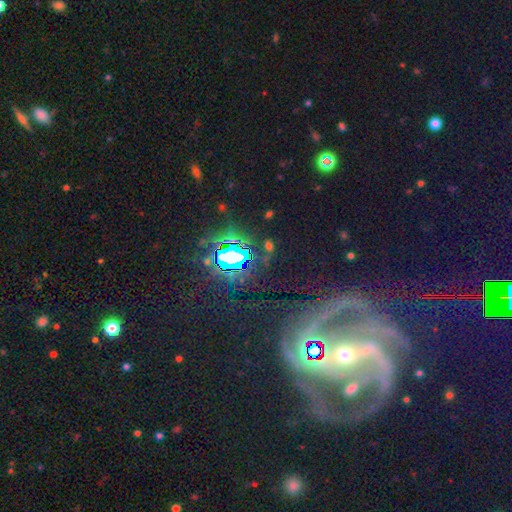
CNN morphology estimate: smooth-or-featured: featured or disk: 74% | star or artifact: 19% | smooth: 7%
  disk-edge-on: no: 95% | yes: 5%
    bar: strong: 52% | weak: 28% | no: 20%
    has-spiral-arms: yes: 94% | no: 6%
      spiral-winding: medium: 49% | tight: 30% | loose: 21%
      spiral-arm-count: 2: 65% | 3: 10% | can't tell: 9% | 1: 6% | 4: 5% | more than 4: 5%
    bulge-size: small: 69% | moderate: 25% | large: 2% | none: 2% | dominant: 2%
  merging: none: 60% | major disturbance: 17% | minor disturbance: 16% | merger: 7%